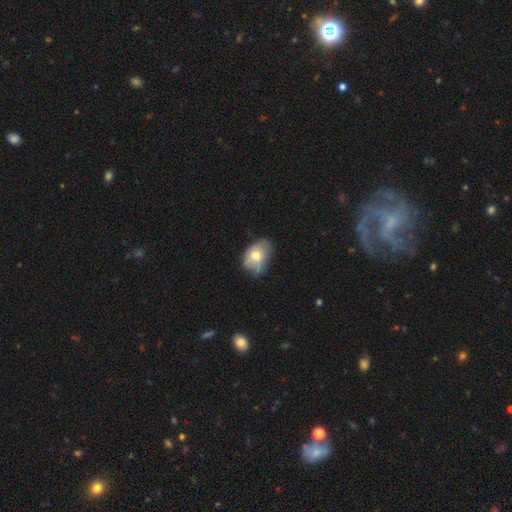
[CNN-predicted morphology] This is likely a smooth galaxy (70%). How rounded: likely in between (80%). Merging: marginally none (43%).